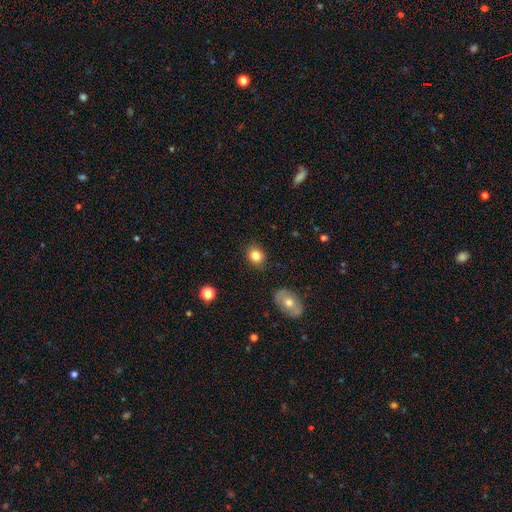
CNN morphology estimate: This is clearly a smooth galaxy (83%). How rounded: possibly round (52%). Merging: clearly none (86%).